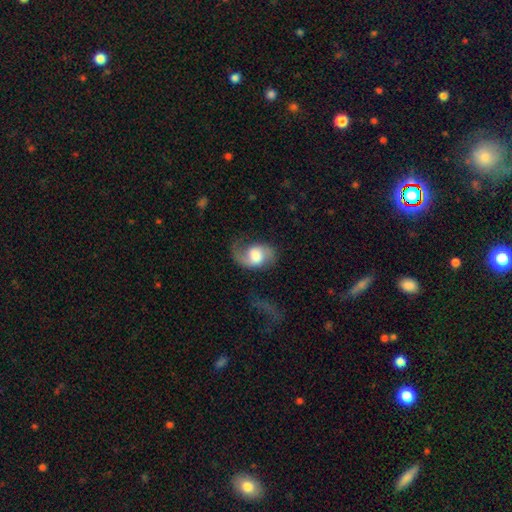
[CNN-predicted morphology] featured or disk 66%, smooth 27%, star or artifact 7%. Down the decision tree: edge-on disk — no (97%); bar — no (49%); spiral arms — yes (90%); spiral arm count — 2 (75%); spiral winding — loose (52%); bulge size — large (48%); merging — none (51%).